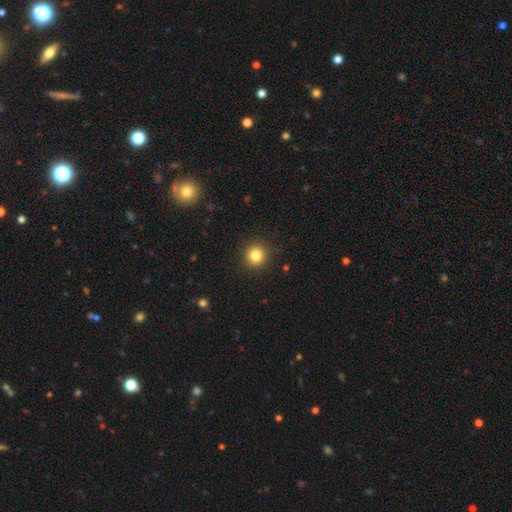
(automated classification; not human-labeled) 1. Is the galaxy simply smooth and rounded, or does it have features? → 83% smooth, 11% star or artifact, 6% featured or disk.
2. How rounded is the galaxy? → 95% round, 4% in between, 1% cigar-shaped.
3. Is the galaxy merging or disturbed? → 91% none, 6% minor disturbance, 2% major disturbance, 1% merger.